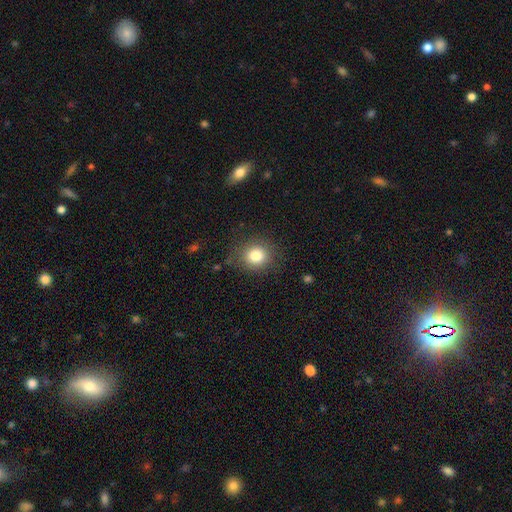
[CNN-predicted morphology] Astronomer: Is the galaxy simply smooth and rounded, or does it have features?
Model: smooth — 82%.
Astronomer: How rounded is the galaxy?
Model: round — 81%.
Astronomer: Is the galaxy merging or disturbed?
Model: none — 83%.